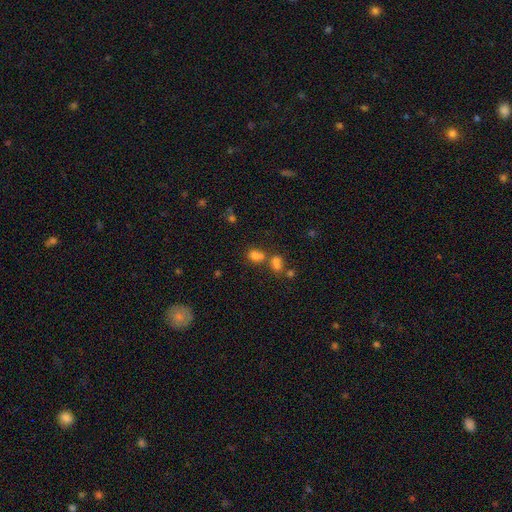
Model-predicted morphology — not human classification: type=smooth (71%); roundness=in between (50%); merging=merger (45%).